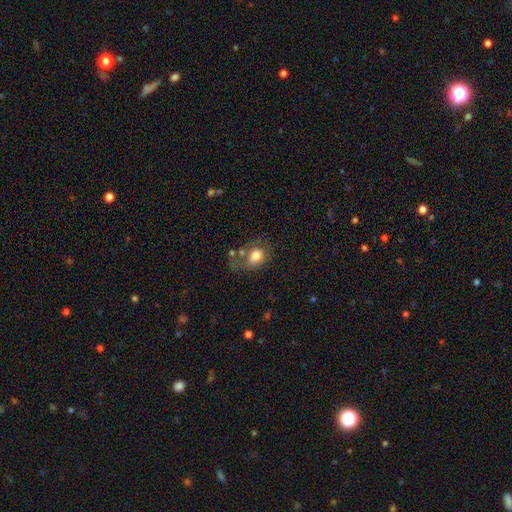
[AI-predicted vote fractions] Overall: smooth (72%). How rounded: in between (63%; round 36%). Merging: none (36%; major disturbance 25%).